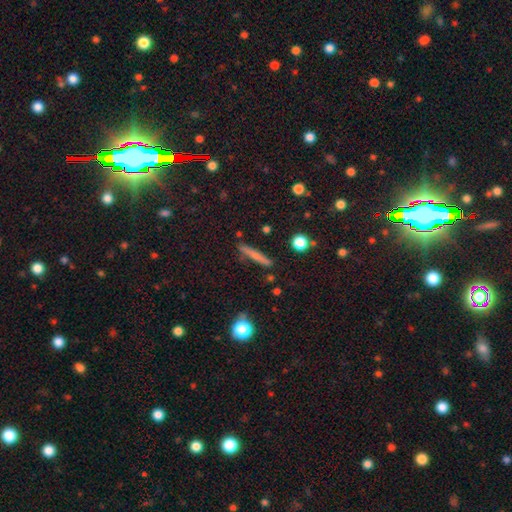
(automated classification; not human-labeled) smooth_or_featured: smooth (p=0.65) [alt: featured or disk p=0.26]
how_rounded: cigar-shaped (p=0.93) [alt: in between p=0.04]
merging: none (p=0.85) [alt: minor disturbance p=0.10]